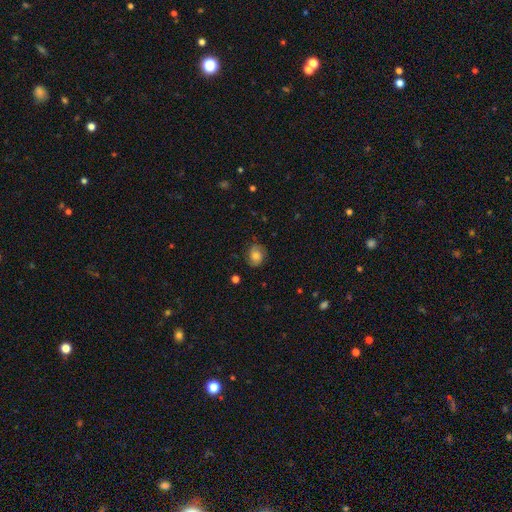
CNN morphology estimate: A smooth galaxy with no disk features (60%) that is round (58%). Merging: none (78%).